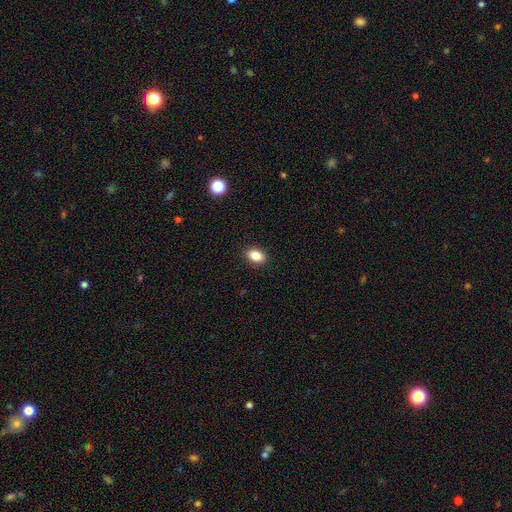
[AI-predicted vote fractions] Smooth or featured? Predicted: smooth (p=0.86). How rounded? Predicted: in between (p=0.84). Merging? Predicted: none (p=0.90).